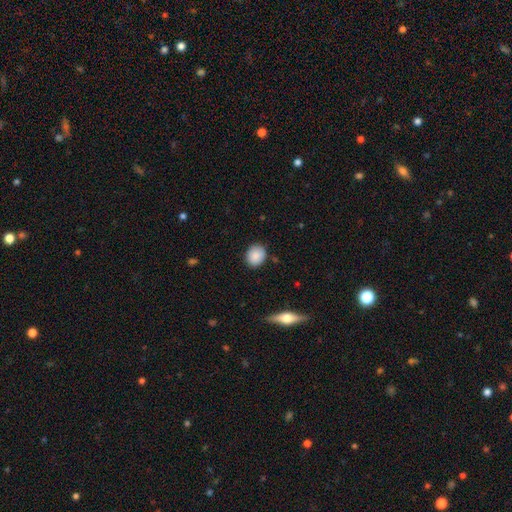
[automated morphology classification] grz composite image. It shows a smooth galaxy with no disk features (87%) that is round (69%). Merging: none (86%).